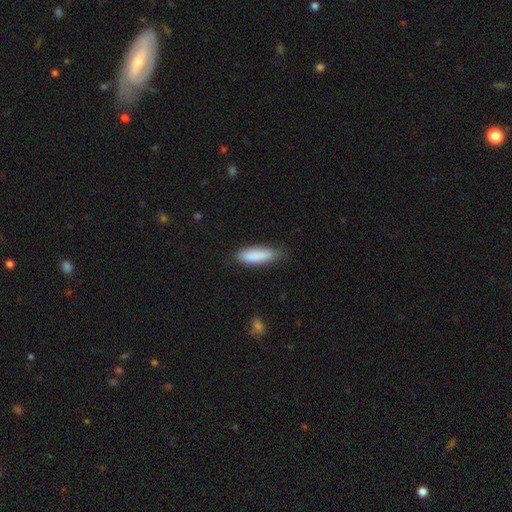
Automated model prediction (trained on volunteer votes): A smooth galaxy with no disk features (87%) that is in between round and cigar-shaped (51%). Merging: none (75%).